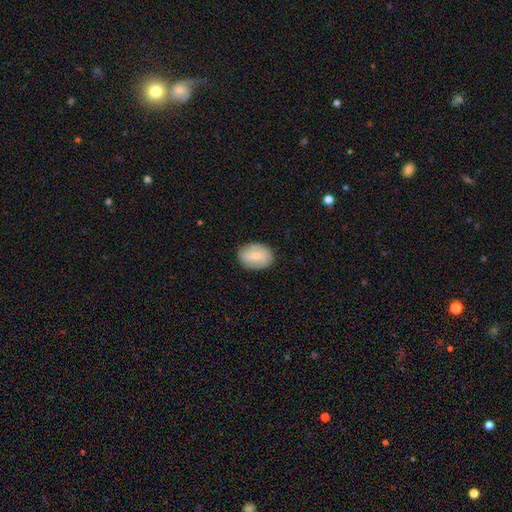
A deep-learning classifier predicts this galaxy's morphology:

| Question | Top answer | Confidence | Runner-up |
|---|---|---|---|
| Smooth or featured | featured or disk | 51% | smooth (42%) |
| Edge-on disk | no | 96% | yes (4%) |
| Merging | none | 80% | minor disturbance (15%) |